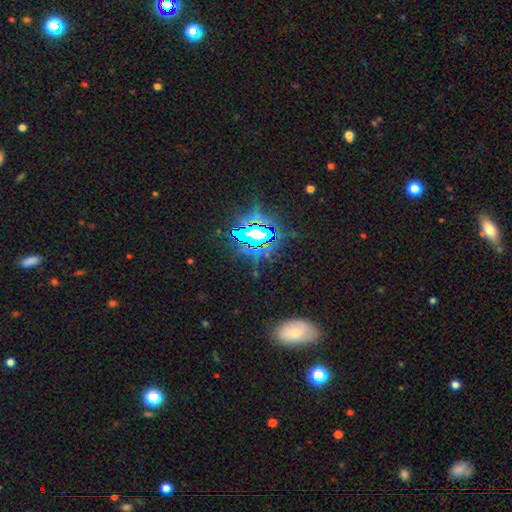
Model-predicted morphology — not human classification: star or artifact 78%, smooth 12%, featured or disk 11%.